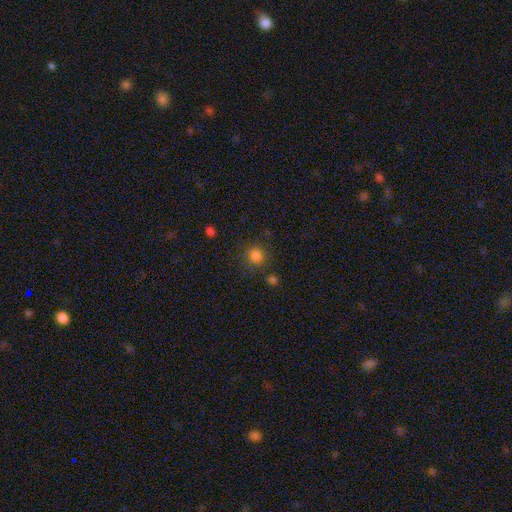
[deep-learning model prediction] Smooth or featured? smooth (81%)
How rounded? round (88%)
Merging? none (80%)